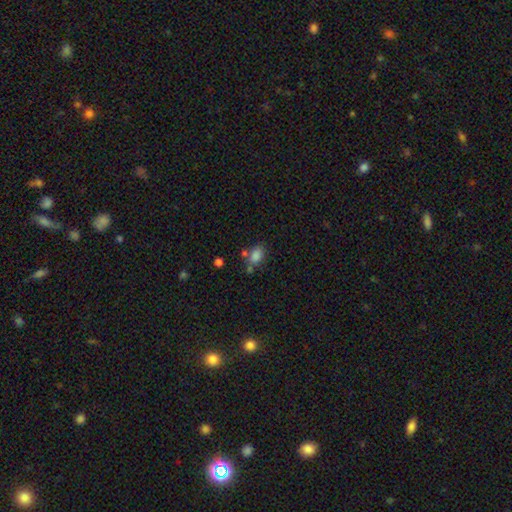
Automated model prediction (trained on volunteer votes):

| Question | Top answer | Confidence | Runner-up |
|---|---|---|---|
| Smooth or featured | smooth | 82% | star or artifact (11%) |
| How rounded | in between | 79% | round (20%) |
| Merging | none | 60% | minor disturbance (17%) |